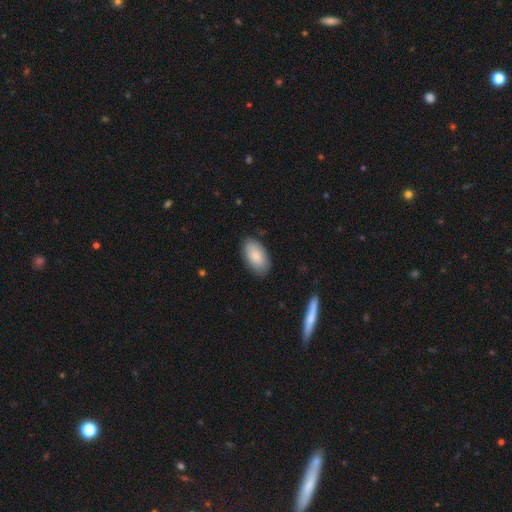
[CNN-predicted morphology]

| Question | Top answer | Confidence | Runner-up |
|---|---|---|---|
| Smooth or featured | smooth | 83% | featured or disk (11%) |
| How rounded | in between | 95% | round (3%) |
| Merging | none | 84% | minor disturbance (13%) |